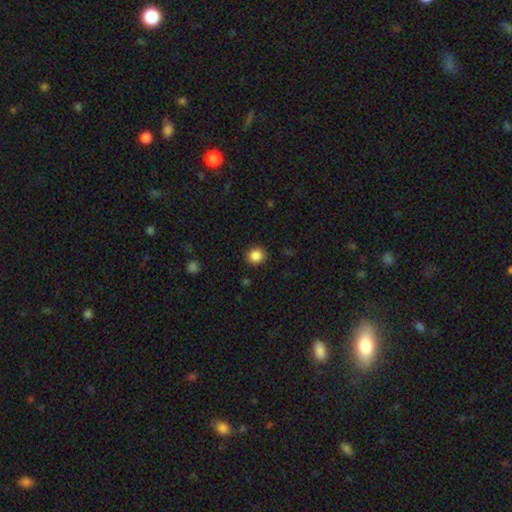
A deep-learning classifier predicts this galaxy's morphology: smooth 87%, star or artifact 10%, featured or disk 3%. Down the decision tree: how rounded — round (91%); merging — none (91%).